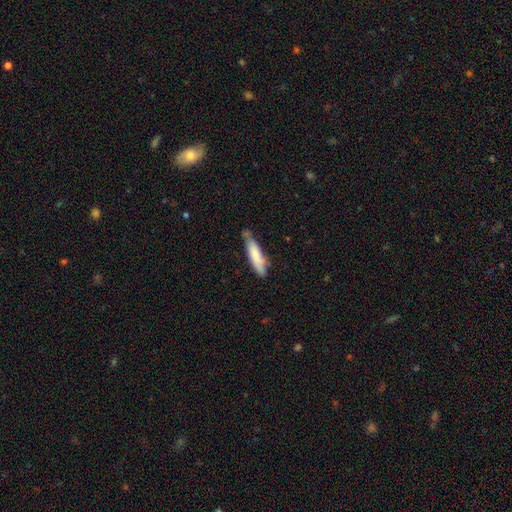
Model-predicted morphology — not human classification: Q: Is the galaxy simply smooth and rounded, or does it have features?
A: smooth — 78%.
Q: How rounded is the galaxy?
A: cigar-shaped — 75%.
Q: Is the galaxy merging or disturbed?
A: none — 61%.